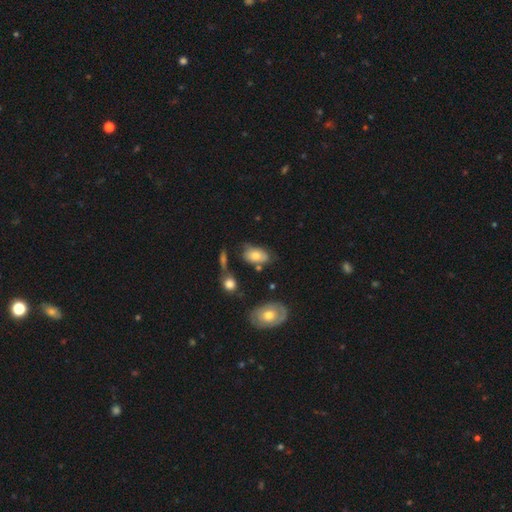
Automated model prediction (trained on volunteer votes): A smooth galaxy with no disk features (73%) that is in between round and cigar-shaped (91%).

Vote fractions:
- Smooth or featured? smooth: 73% / featured or disk: 20% / star or artifact: 8%
- How rounded? in between: 91% / round: 7% / cigar-shaped: 2%
- Merging? none: 52% / minor disturbance: 27% / major disturbance: 10% / merger: 10%